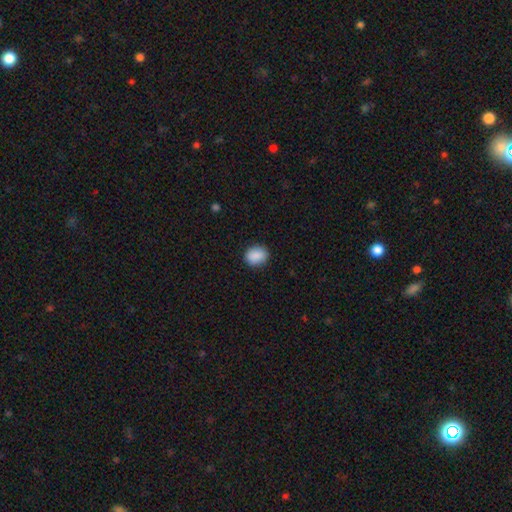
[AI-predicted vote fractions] Smooth or featured? smooth (89%)
How rounded? round (55%)
Merging? none (87%)